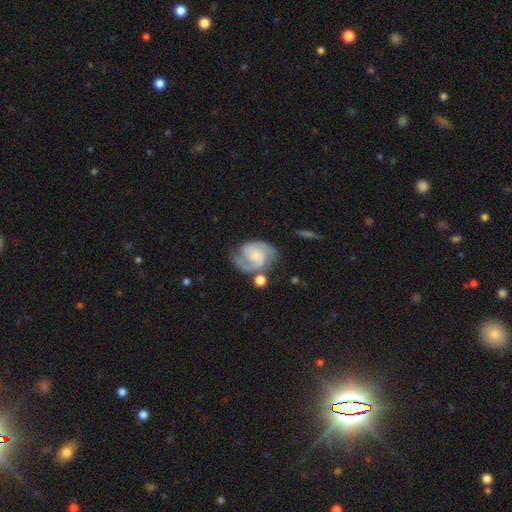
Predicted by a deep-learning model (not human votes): smooth-or-featured: featured or disk: 84% | smooth: 10% | star or artifact: 5%
  disk-edge-on: no: 98% | yes: 2%
    bar: no: 60% | weak: 33% | strong: 7%
    has-spiral-arms: yes: 97% | no: 3%
      spiral-winding: medium: 48% | tight: 39% | loose: 13%
      spiral-arm-count: 2: 85% | can't tell: 5% | 3: 4% | 1: 3% | 4: 1% | more than 4: 1%
    bulge-size: small: 55% | moderate: 23% | none: 17% | large: 4% | dominant: 1%
  merging: none: 63% | minor disturbance: 19% | major disturbance: 9% | merger: 8%